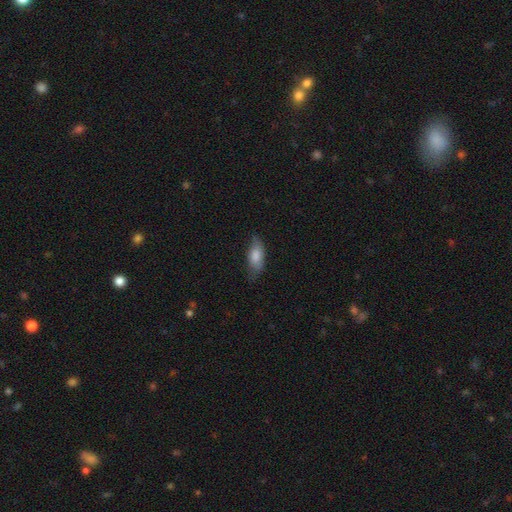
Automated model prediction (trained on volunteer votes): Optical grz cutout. It shows a smooth galaxy with no disk features (77%) that is in between round and cigar-shaped (79%). Merging: none (66%).